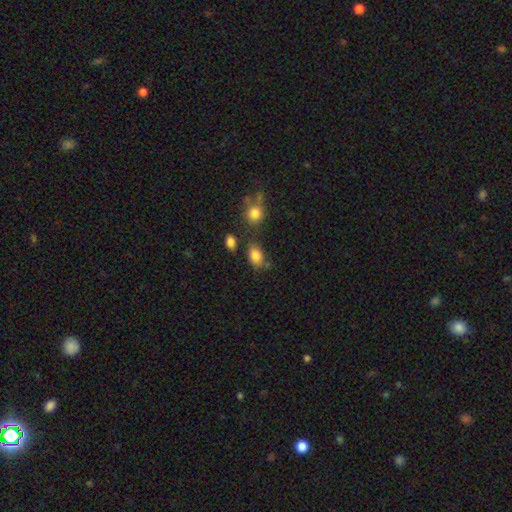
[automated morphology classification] This appears to be a smooth galaxy with no disk features (83%) that is in between round and cigar-shaped (78%). Merging: none (62%).